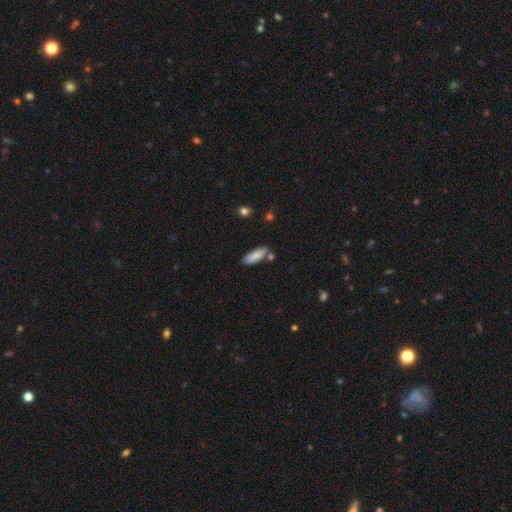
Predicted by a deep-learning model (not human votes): This is clearly a smooth galaxy (82%). How rounded: likely in between (63%). Merging: likely none (74%).